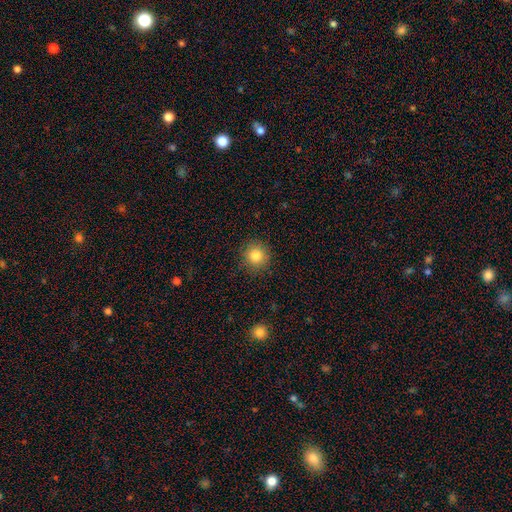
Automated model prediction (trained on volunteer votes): smooth 83%, star or artifact 11%, featured or disk 6%. Down the decision tree: how rounded — round (92%); merging — none (89%).